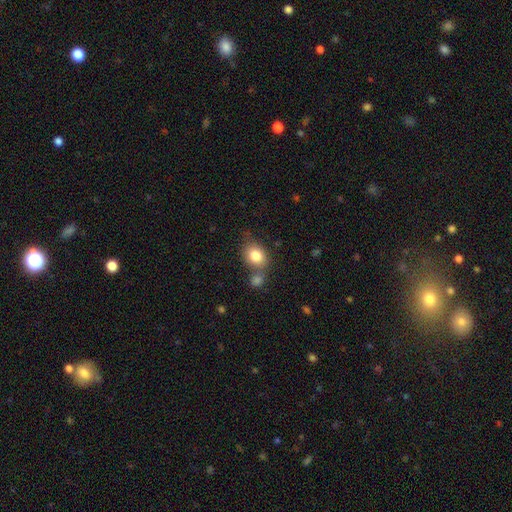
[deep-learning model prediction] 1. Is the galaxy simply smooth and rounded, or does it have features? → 82% smooth, 9% featured or disk, 9% star or artifact.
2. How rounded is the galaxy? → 51% in between, 48% round, 1% cigar-shaped.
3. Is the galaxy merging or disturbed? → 55% none, 26% merger, 15% minor disturbance, 5% major disturbance.